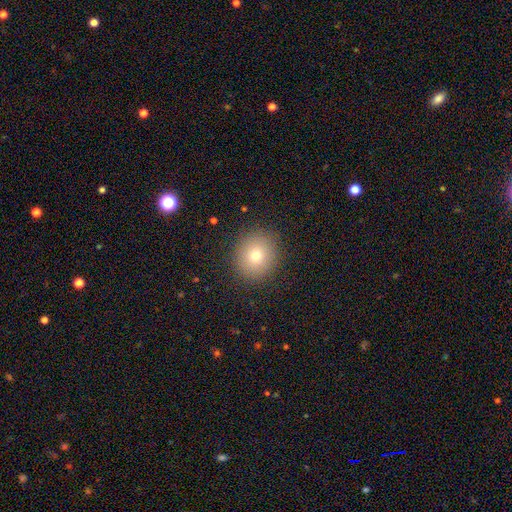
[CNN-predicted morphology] type=smooth (75%); roundness=round (84%); merging=none (90%).